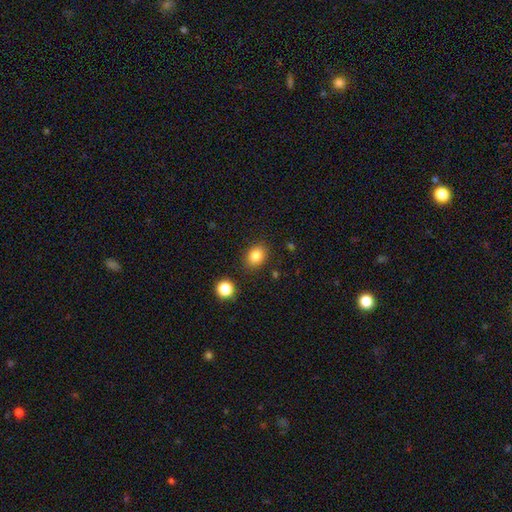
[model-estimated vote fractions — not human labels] smooth-or-featured: smooth: 83% | star or artifact: 11% | featured or disk: 6%
  how-rounded: in between: 51% | round: 48% | cigar-shaped: 1%
  merging: none: 85% | minor disturbance: 9% | major disturbance: 3% | merger: 3%